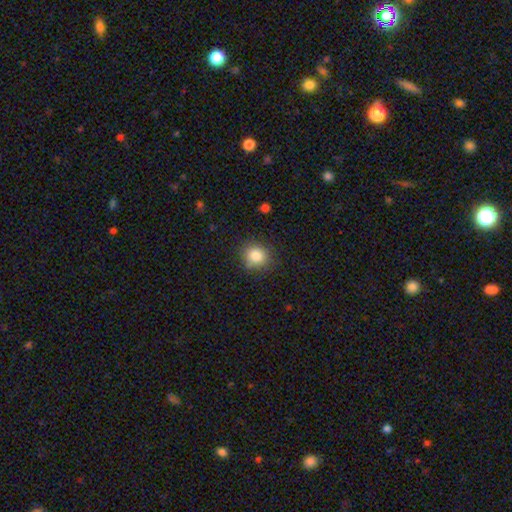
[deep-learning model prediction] A smooth galaxy with no disk features (84%) that is round (83%).

Vote fractions:
- Smooth or featured? smooth: 84% / star or artifact: 10% / featured or disk: 6%
- How rounded? round: 83% / in between: 16% / cigar-shaped: 1%
- Merging? none: 84% / minor disturbance: 12% / major disturbance: 3% / merger: 1%